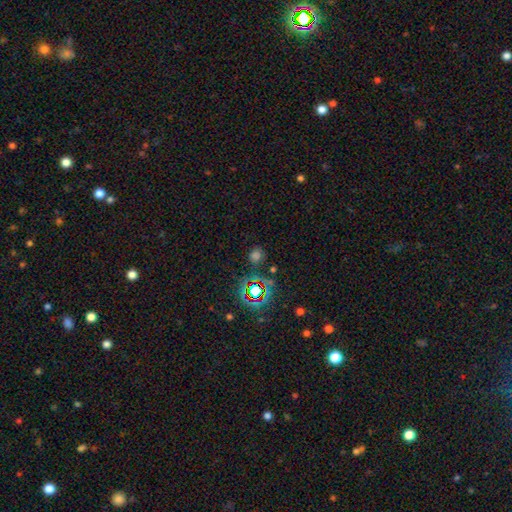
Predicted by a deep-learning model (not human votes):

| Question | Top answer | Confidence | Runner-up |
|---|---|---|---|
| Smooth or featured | smooth | 47% | star or artifact (45%) |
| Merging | none | 81% | minor disturbance (10%) |